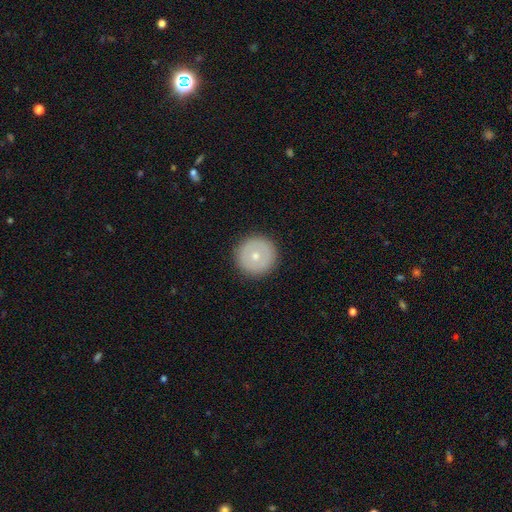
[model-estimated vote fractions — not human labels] Smooth or featured?
  - smooth: 59% *
  - featured or disk: 33%
  - star or artifact: 7%
How rounded?
  - round: 96% *
  - in between: 3%
  - cigar-shaped: 1%
Merging?
  - none: 92% *
  - minor disturbance: 5%
  - major disturbance: 2%
  - merger: 1%